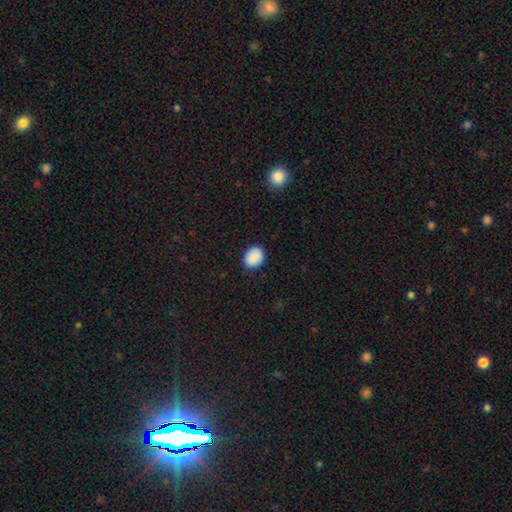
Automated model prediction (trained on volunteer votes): Smooth or featured? smooth (89%)
How rounded? in between (53%)
Merging? none (85%)